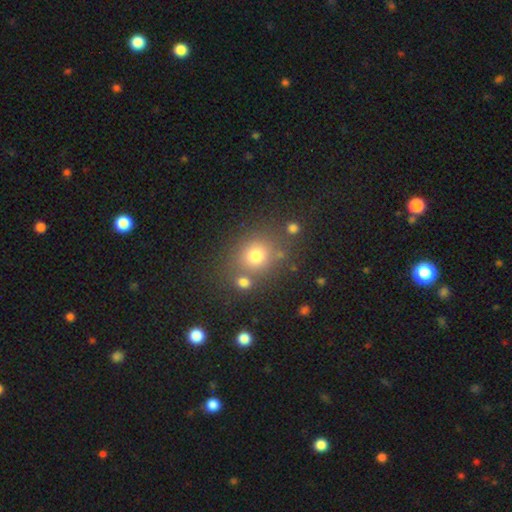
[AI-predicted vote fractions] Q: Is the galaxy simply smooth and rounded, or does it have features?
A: smooth — 74%.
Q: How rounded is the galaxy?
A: round — 75%.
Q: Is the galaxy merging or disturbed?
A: none — 70%.